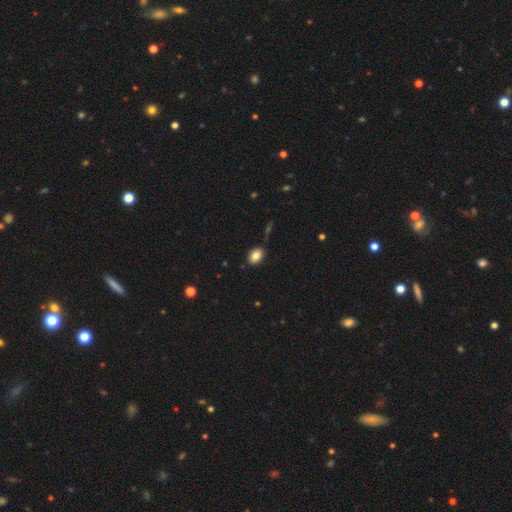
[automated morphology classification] A smooth galaxy with no disk features (83%) that is in between round and cigar-shaped (74%).

Vote fractions:
- Smooth or featured? smooth: 83% / star or artifact: 9% / featured or disk: 7%
- How rounded? in between: 74% / round: 24% / cigar-shaped: 1%
- Merging? none: 85% / minor disturbance: 11% / merger: 3% / major disturbance: 2%